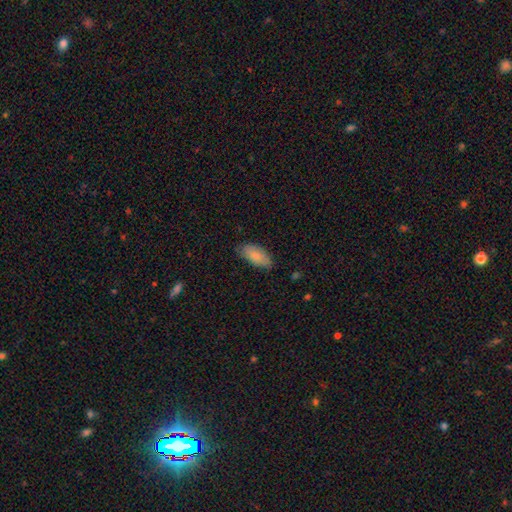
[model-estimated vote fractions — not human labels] smooth-or-featured: smooth: 83% | featured or disk: 11% | star or artifact: 6%
  how-rounded: in between: 91% | cigar-shaped: 7% | round: 2%
  merging: none: 75% | minor disturbance: 20% | major disturbance: 3% | merger: 1%